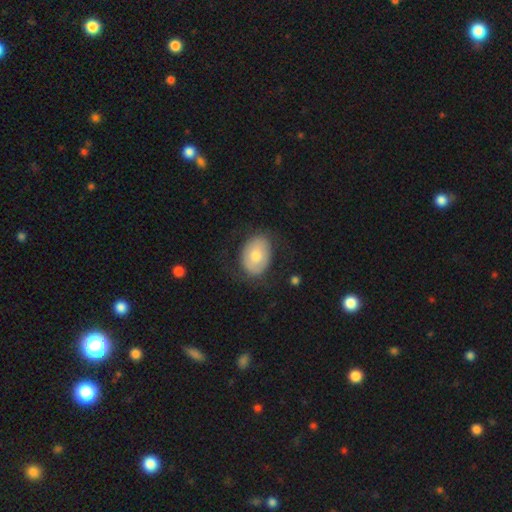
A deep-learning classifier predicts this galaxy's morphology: This appears to be a smooth galaxy with no disk features (69%) that is in between round and cigar-shaped (77%). Merging: none (73%).